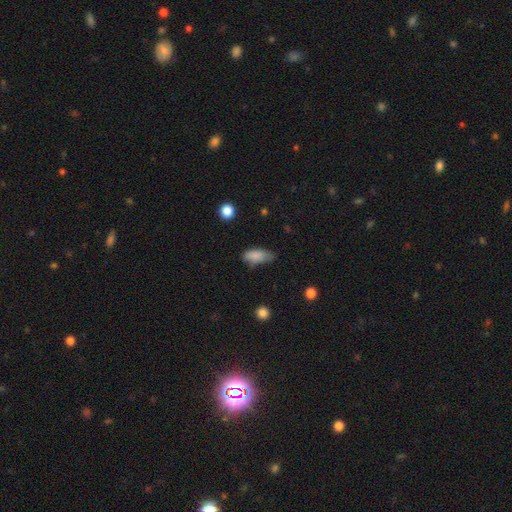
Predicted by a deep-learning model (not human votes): Smooth or featured? Predicted: smooth (p=0.85). How rounded? Predicted: in between (p=0.86). Merging? Predicted: none (p=0.46).